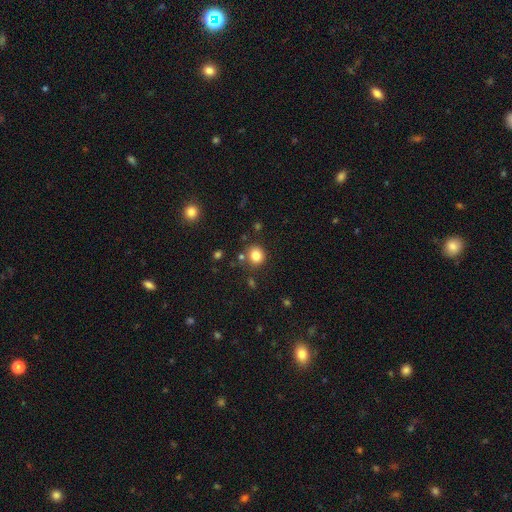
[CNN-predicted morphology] Smooth or featured? Predicted: smooth (p=0.82). How rounded? Predicted: round (p=0.82). Merging? Predicted: none (p=0.81).